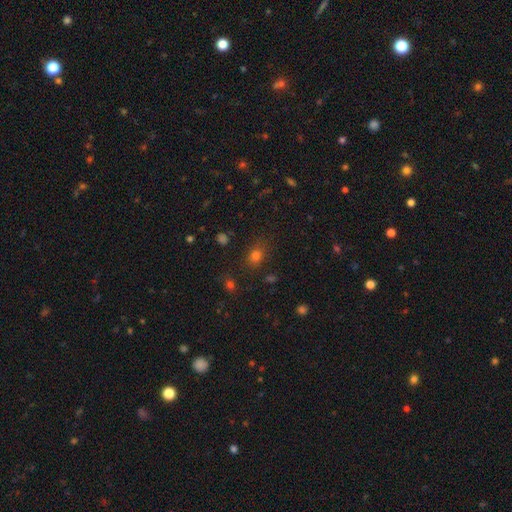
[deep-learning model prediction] Smooth or featured?
  - smooth: 73% *
  - star or artifact: 20%
  - featured or disk: 7%
How rounded?
  - round: 53% *
  - in between: 45%
  - cigar-shaped: 2%
Merging?
  - none: 80% *
  - minor disturbance: 14%
  - major disturbance: 5%
  - merger: 2%